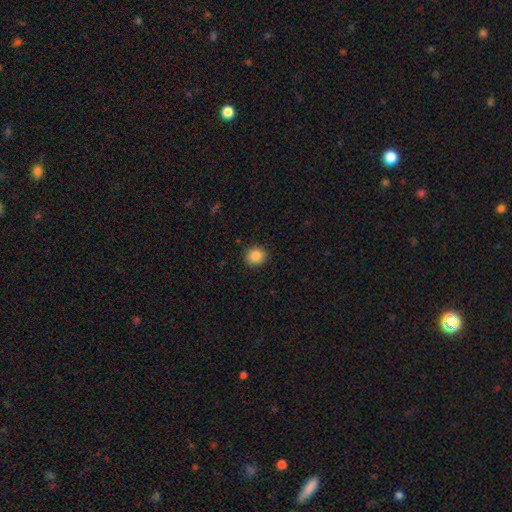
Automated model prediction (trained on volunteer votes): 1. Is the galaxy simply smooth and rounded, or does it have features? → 86% smooth, 10% star or artifact, 5% featured or disk.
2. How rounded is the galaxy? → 82% round, 17% in between, 1% cigar-shaped.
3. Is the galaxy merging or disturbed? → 91% none, 6% minor disturbance, 2% major disturbance, 1% merger.